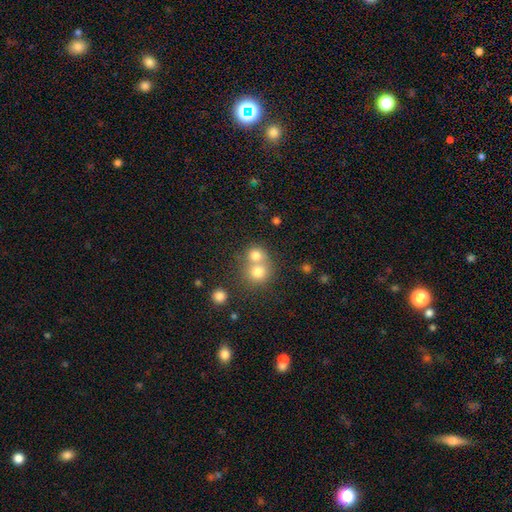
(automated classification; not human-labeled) Morphology: type=smooth (75%); roundness=round (80%); merging=merger (56%).